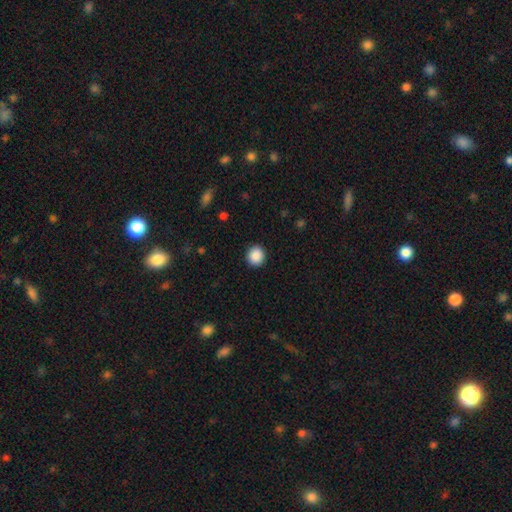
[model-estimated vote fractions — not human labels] Smooth or featured? Predicted: smooth (p=0.89). How rounded? Predicted: round (p=0.87). Merging? Predicted: none (p=0.91).